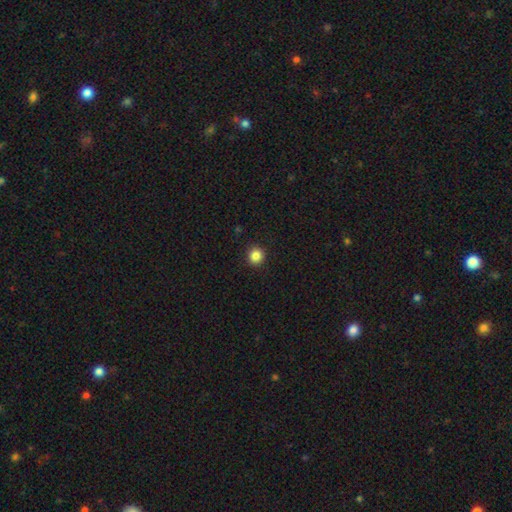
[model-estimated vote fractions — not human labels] smooth_or_featured: smooth (p=0.85) [alt: star or artifact p=0.11]
how_rounded: round (p=0.94) [alt: in between p=0.05]
merging: none (p=0.93) [alt: minor disturbance p=0.04]